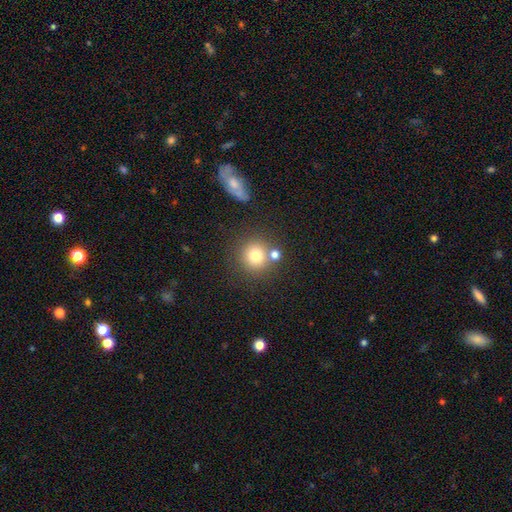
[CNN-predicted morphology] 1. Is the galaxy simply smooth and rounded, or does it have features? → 77% smooth, 12% star or artifact, 10% featured or disk.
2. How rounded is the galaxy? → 91% round, 8% in between, 1% cigar-shaped.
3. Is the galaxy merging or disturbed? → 70% none, 17% merger, 9% minor disturbance, 4% major disturbance.